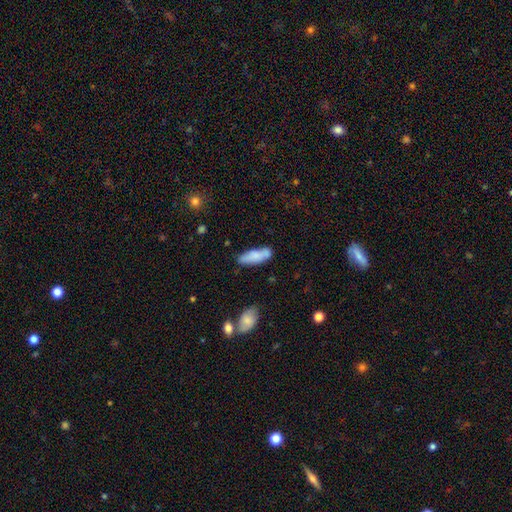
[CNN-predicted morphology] A smooth galaxy with no disk features (79%) that is in between round and cigar-shaped (58%).

Vote fractions:
- Smooth or featured? smooth: 79% / featured or disk: 14% / star or artifact: 6%
- How rounded? in between: 58% / cigar-shaped: 40% / round: 2%
- Merging? none: 66% / minor disturbance: 20% / merger: 9% / major disturbance: 5%